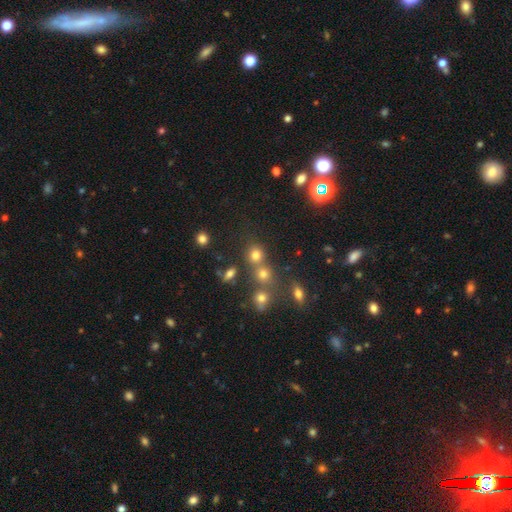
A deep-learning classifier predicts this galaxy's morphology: Overall: smooth (65%; star or artifact 26%). How rounded: round (83%). Merging: none (60%; merger 27%).